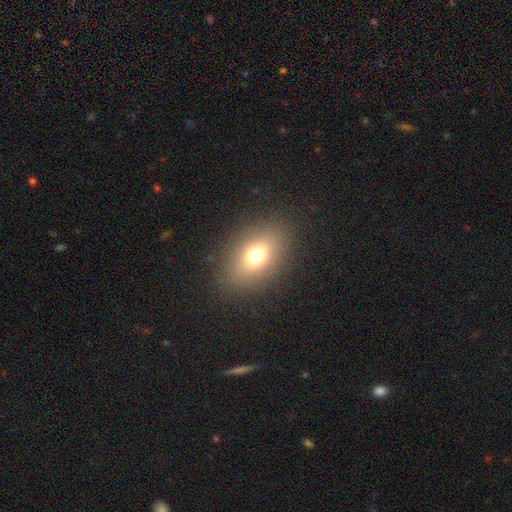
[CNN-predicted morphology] Q: Smooth or featured?
A: smooth (70%); runner-up: star or artifact (15%)
Q: How rounded?
A: in between (71%); runner-up: round (27%)
Q: Merging?
A: none (86%); runner-up: minor disturbance (8%)